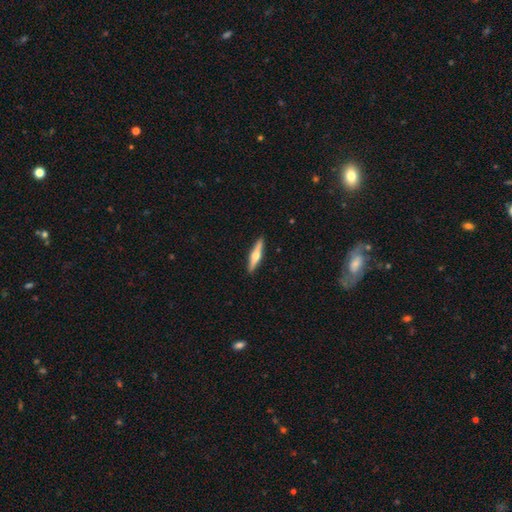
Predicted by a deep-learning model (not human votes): smooth_or_featured: featured or disk (p=0.58) [alt: smooth p=0.37]
disk_edge_on: yes (p=0.96) [alt: no p=0.04]
edge_on_bulge: rounded (p=0.92) [alt: boxy p=0.04]
merging: none (p=0.91) [alt: minor disturbance p=0.07]